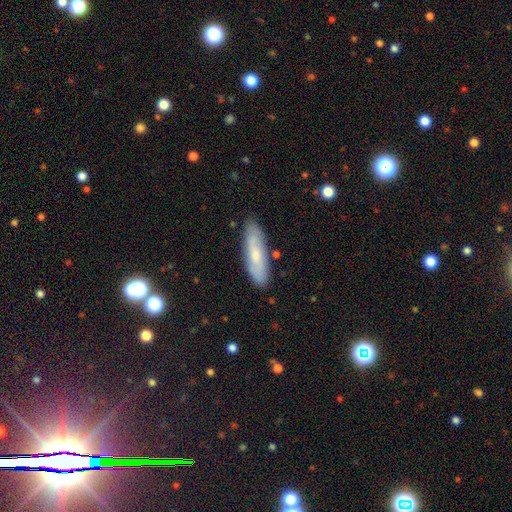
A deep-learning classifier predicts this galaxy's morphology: This is possibly a smooth galaxy (57%). How rounded: likely cigar-shaped (60%). Merging: clearly none (85%).